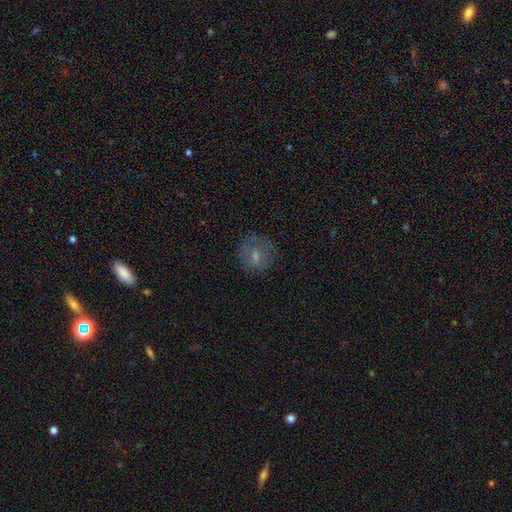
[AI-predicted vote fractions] Q: Smooth or featured?
A: smooth (56%); runner-up: featured or disk (33%)
Q: How rounded?
A: round (81%); runner-up: in between (17%)
Q: Merging?
A: none (72%); runner-up: minor disturbance (17%)